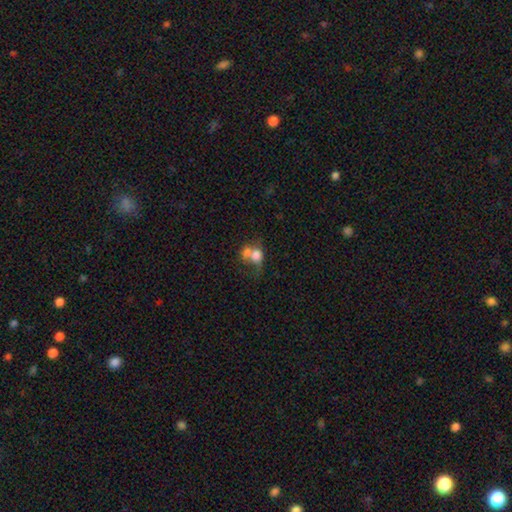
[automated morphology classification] This appears to be a smooth galaxy with no disk features (70%) that is round (56%). Merging: merger (63%).